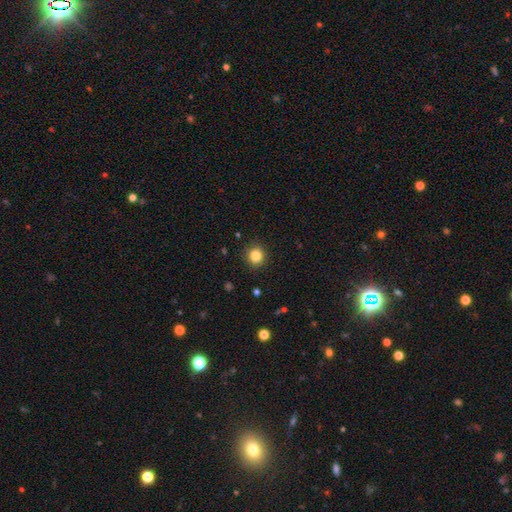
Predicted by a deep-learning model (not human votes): Smooth or featured? smooth (84%)
How rounded? round (92%)
Merging? none (91%)